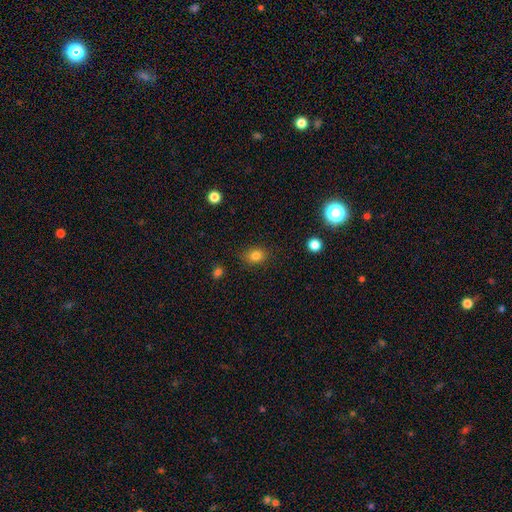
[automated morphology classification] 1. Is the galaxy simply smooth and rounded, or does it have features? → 83% smooth, 12% star or artifact, 6% featured or disk.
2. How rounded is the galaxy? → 57% in between, 42% round, 1% cigar-shaped.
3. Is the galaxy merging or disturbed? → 85% none, 11% minor disturbance, 3% major disturbance, 1% merger.